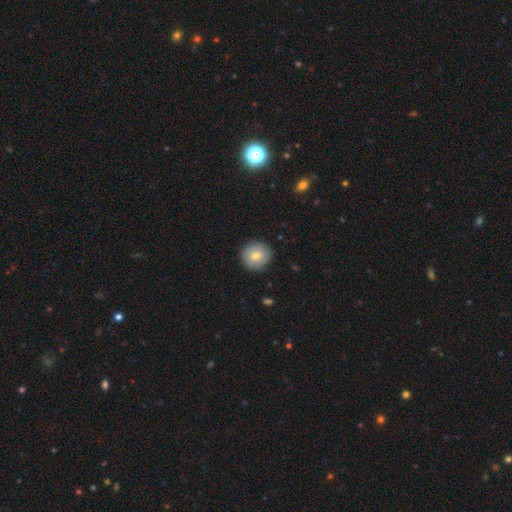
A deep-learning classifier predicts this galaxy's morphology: smooth 71%, featured or disk 21%, star or artifact 8%. Down the decision tree: how rounded — round (94%); merging — none (89%).